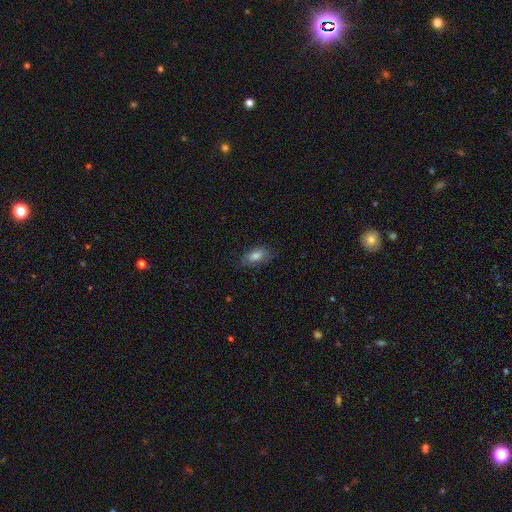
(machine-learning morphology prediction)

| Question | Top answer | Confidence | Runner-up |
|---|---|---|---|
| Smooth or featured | smooth | 72% | featured or disk (18%) |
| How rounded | in between | 88% | round (6%) |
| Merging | none | 75% | minor disturbance (19%) |